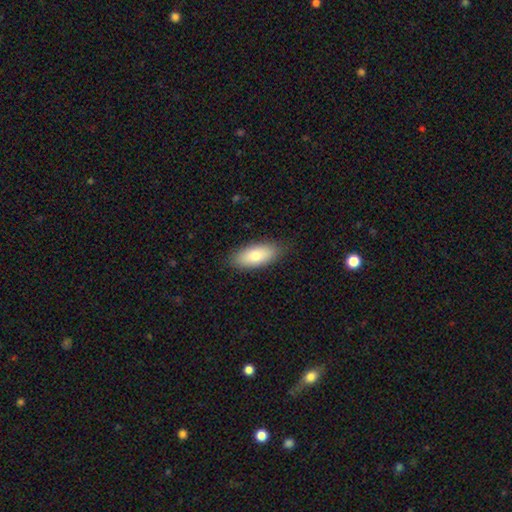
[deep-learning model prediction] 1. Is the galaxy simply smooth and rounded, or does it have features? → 76% smooth, 17% featured or disk, 7% star or artifact.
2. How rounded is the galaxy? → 86% in between, 12% cigar-shaped, 3% round.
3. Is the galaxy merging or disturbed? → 86% none, 11% minor disturbance, 2% major disturbance, 1% merger.